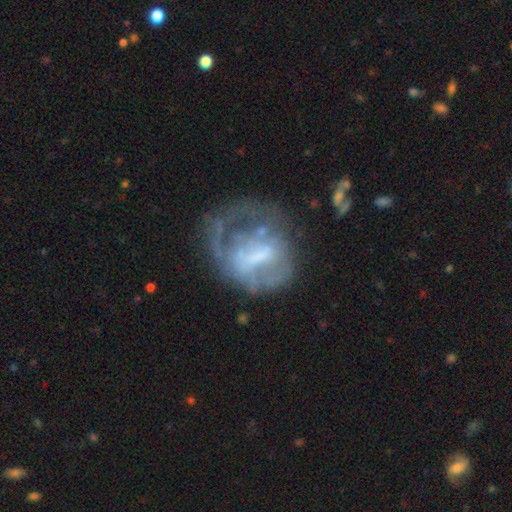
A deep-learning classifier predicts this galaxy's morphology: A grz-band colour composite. It shows a featured or disk galaxy (64%) with no bar (40%), no spiral arms (63%) and no central bulge (39%). Merging: major disturbance (41%).